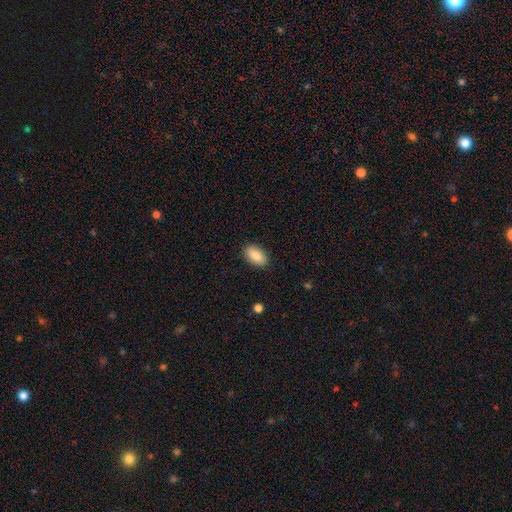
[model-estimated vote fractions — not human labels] A smooth galaxy with no disk features (86%) that is in between round and cigar-shaped (93%). Merging: none (88%).